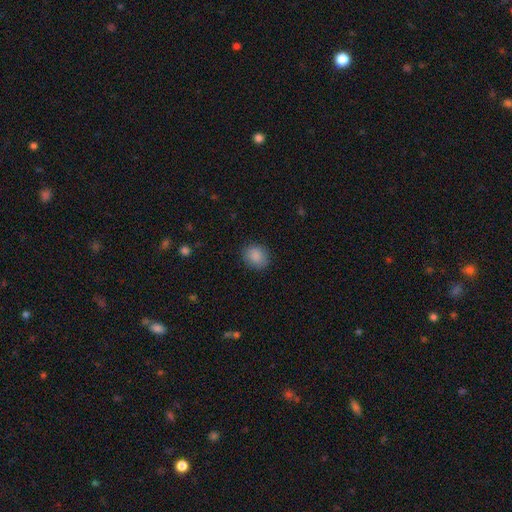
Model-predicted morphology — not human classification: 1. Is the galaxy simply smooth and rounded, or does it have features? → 87% smooth, 8% star or artifact, 4% featured or disk.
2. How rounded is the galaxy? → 64% round, 35% in between, 1% cigar-shaped.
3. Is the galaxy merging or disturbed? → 86% none, 10% minor disturbance, 3% major disturbance, 1% merger.